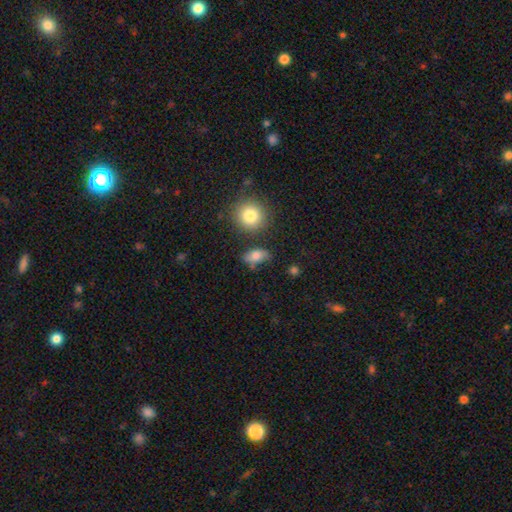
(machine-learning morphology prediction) Overall: smooth (80%). How rounded: in between (79%). Merging: none (68%).